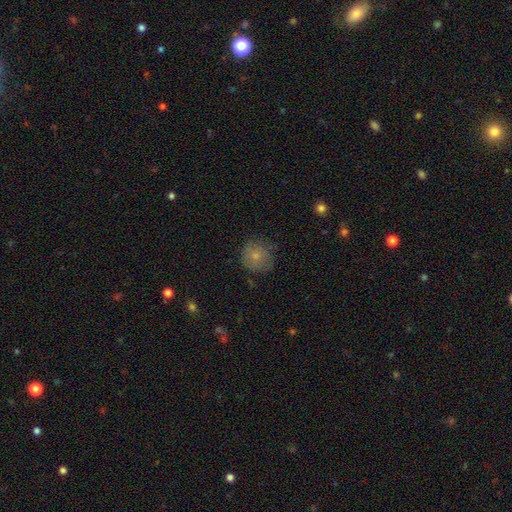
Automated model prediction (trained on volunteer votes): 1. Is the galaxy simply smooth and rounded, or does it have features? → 78% smooth, 13% featured or disk, 9% star or artifact.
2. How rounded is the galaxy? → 87% round, 12% in between, 1% cigar-shaped.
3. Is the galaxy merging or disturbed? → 73% none, 20% minor disturbance, 6% major disturbance, 1% merger.